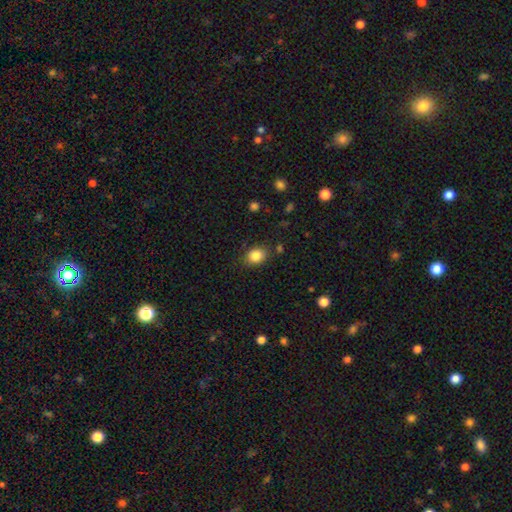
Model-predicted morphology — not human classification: A smooth galaxy with no disk features (85%) that is in between round and cigar-shaped (50%).

Vote fractions:
- Smooth or featured? smooth: 85% / star or artifact: 10% / featured or disk: 6%
- How rounded? in between: 50% / round: 49% / cigar-shaped: 1%
- Merging? none: 82% / minor disturbance: 12% / major disturbance: 3% / merger: 3%